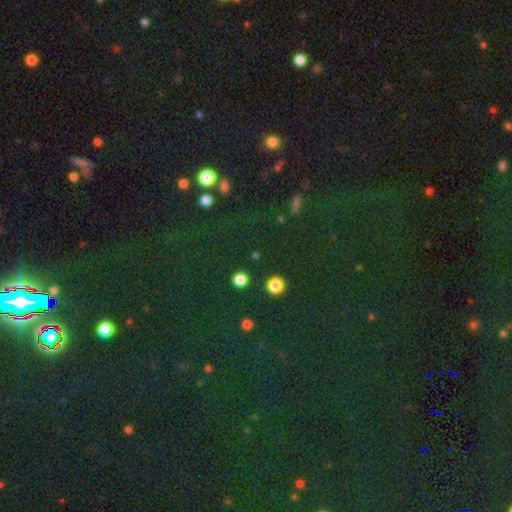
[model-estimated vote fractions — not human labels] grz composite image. It shows a smooth galaxy with no disk features (50%). Merging: none (84%).